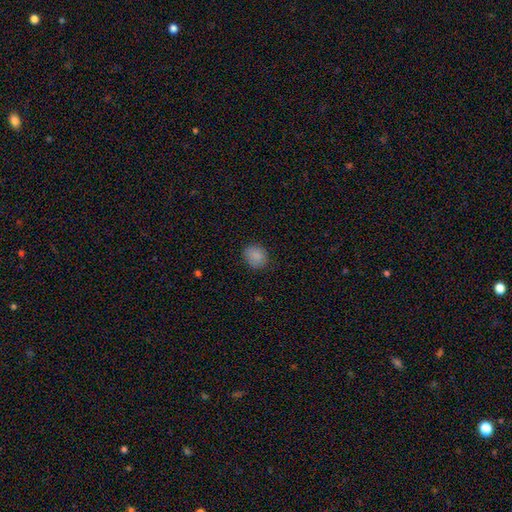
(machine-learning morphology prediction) Smooth or featured? Predicted: smooth (p=0.86). How rounded? Predicted: round (p=0.62). Merging? Predicted: none (p=0.80).